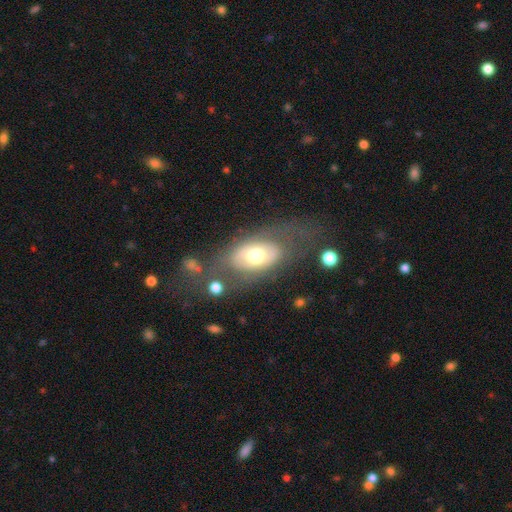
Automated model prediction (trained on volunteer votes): Smooth or featured: smooth — 47% (featured or disk — 46%)
Merging: none — 62% (minor disturbance — 17%)